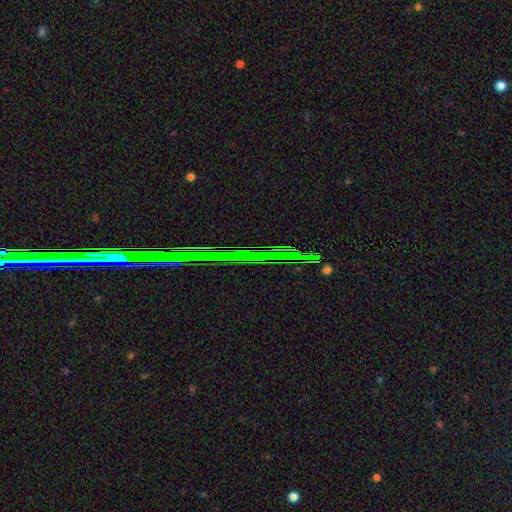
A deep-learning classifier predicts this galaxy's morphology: Overall: star or artifact (80%).